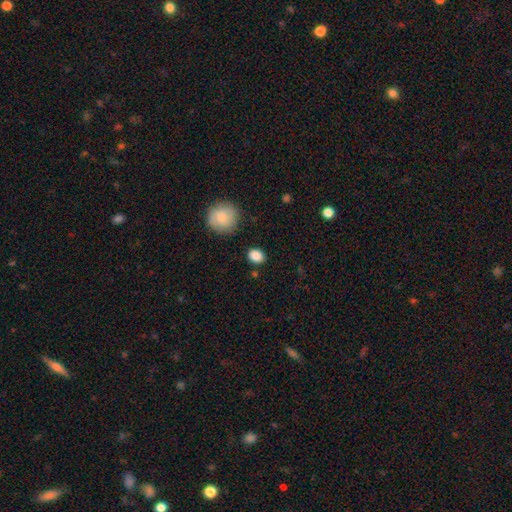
A smooth galaxy with no disk features (88%) that is round (66%). Merging: none (86%).